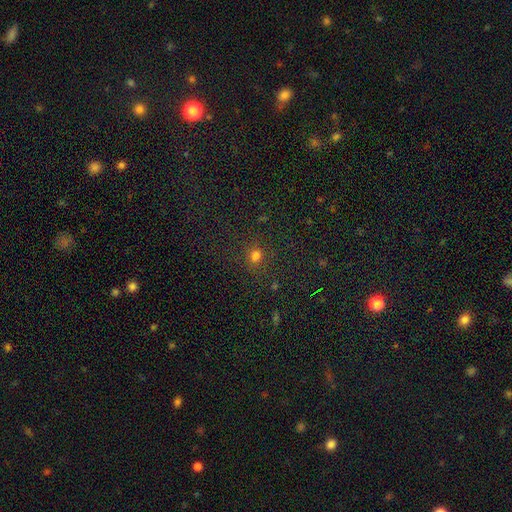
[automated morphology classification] Smooth or featured? smooth (66%)
How rounded? round (62%)
Merging? none (72%)